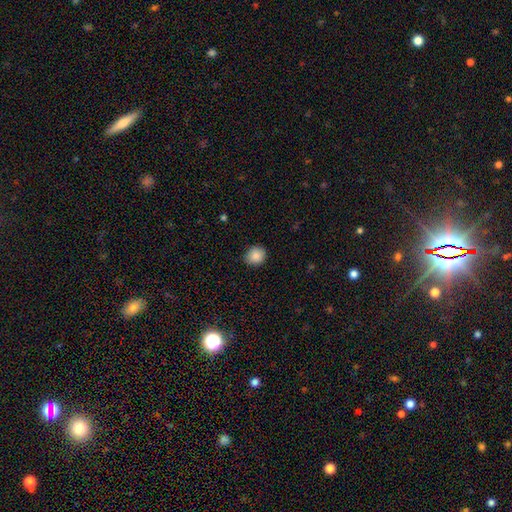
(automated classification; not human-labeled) Smooth or featured? Predicted: smooth (p=0.87). How rounded? Predicted: round (p=0.78). Merging? Predicted: none (p=0.87).